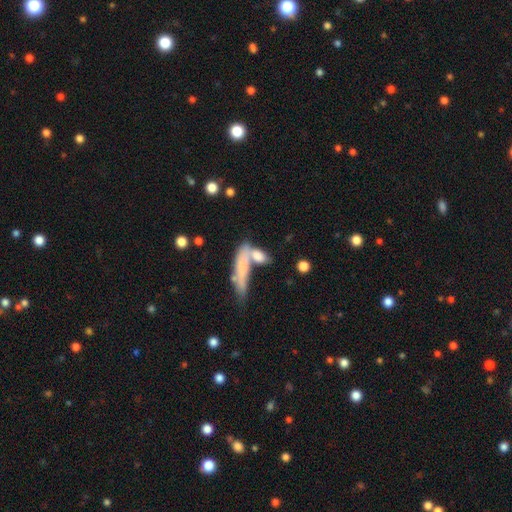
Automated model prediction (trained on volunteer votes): Morphology: type=smooth (70%); roundness=cigar-shaped (54%); merging=merger (41%).